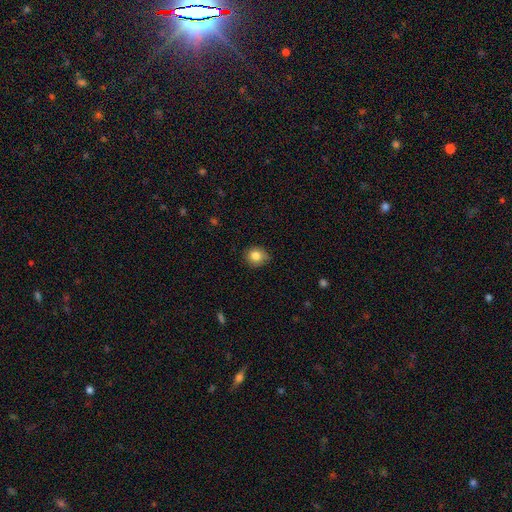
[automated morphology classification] smooth-or-featured: smooth: 83% | star or artifact: 10% | featured or disk: 7%
  how-rounded: round: 78% | in between: 21% | cigar-shaped: 1%
  merging: none: 76% | minor disturbance: 20% | major disturbance: 3% | merger: 1%